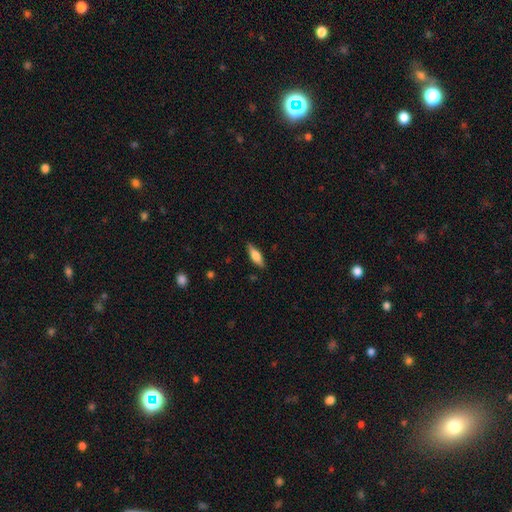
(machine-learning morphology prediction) Smooth or featured: smooth — 64% (featured or disk — 30%)
How rounded: in between — 56% (cigar-shaped — 41%)
Merging: none — 85% (minor disturbance — 11%)